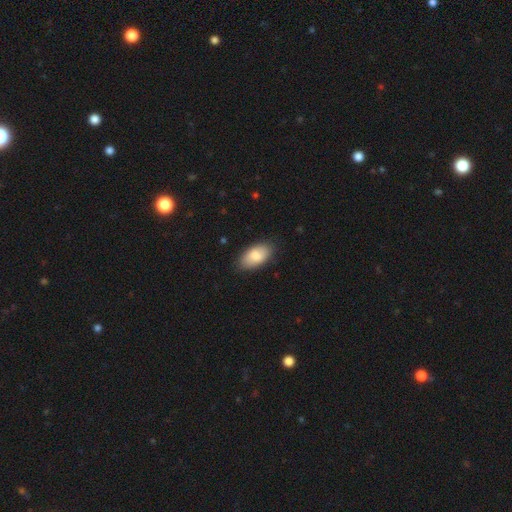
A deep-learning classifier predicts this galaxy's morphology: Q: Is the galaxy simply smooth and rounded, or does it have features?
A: smooth — 83%.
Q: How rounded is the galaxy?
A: in between — 94%.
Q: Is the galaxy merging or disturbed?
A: none — 83%.